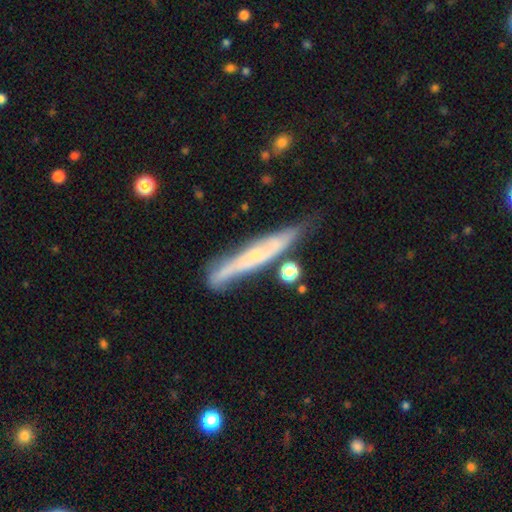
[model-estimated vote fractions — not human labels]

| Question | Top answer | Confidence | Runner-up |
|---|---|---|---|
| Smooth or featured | featured or disk | 62% | smooth (31%) |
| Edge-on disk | yes | 73% | no (27%) |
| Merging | none | 58% | minor disturbance (26%) |